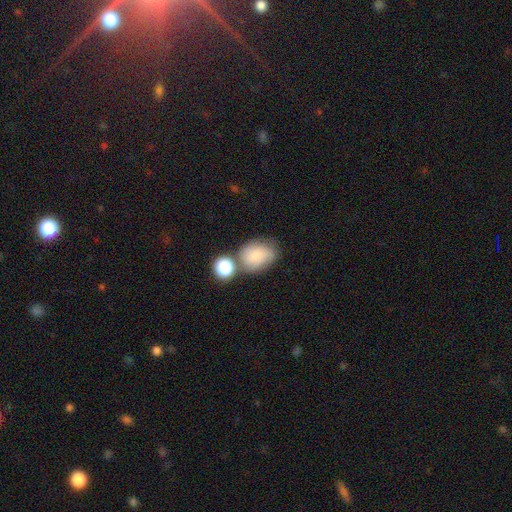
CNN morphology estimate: smooth 72%, featured or disk 18%, star or artifact 10%. Down the decision tree: how rounded — in between (58%); merging — none (45%).